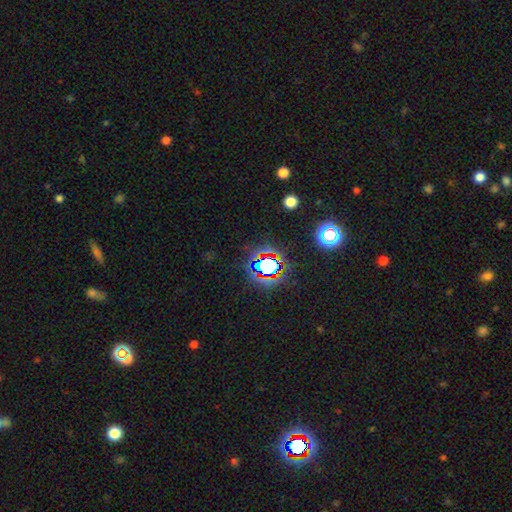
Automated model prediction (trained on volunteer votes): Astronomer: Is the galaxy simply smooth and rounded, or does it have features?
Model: star or artifact — 78%.